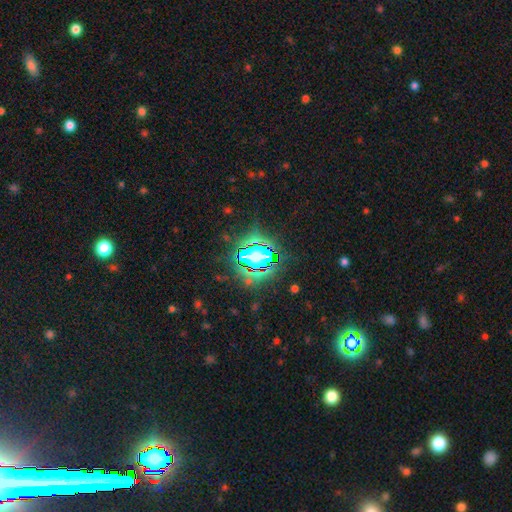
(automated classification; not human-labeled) A star or artifact, not a galaxy (83%).

Vote fractions:
- Smooth or featured? star or artifact: 83% / smooth: 10% / featured or disk: 7%